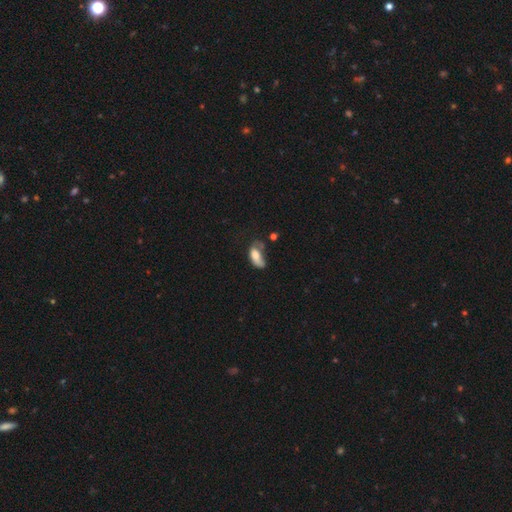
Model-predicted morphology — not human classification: Q: Smooth or featured?
A: smooth (68%); runner-up: featured or disk (23%)
Q: How rounded?
A: in between (90%); runner-up: cigar-shaped (6%)
Q: Merging?
A: major disturbance (38%); runner-up: minor disturbance (27%)